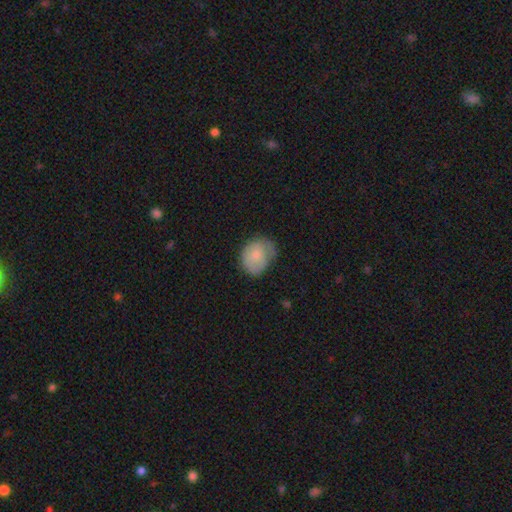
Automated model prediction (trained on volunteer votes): Smooth or featured? Predicted: smooth (p=0.74). How rounded? Predicted: in between (p=0.50). Merging? Predicted: none (p=0.49).